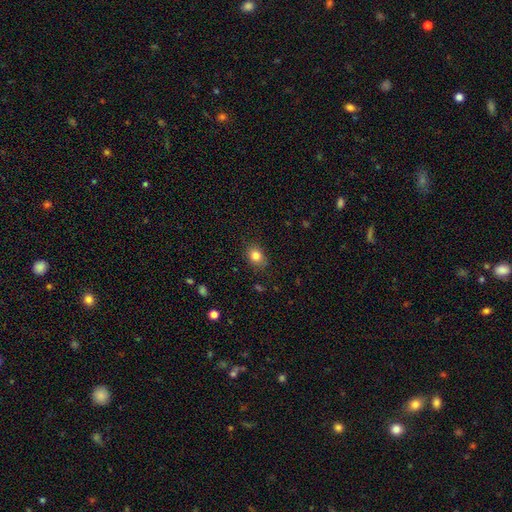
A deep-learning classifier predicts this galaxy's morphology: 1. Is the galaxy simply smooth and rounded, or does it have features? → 83% smooth, 10% star or artifact, 7% featured or disk.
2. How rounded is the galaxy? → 54% in between, 45% round, 1% cigar-shaped.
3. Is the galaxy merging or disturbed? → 82% none, 14% minor disturbance, 3% major disturbance, 1% merger.